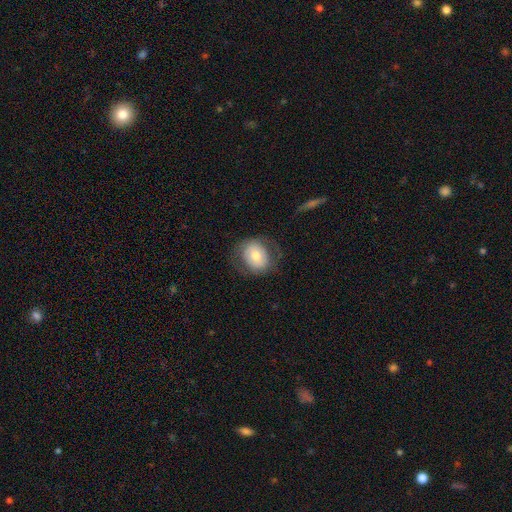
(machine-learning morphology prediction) The model was most divided on "how rounded": round: 65%, in between: 34%, cigar-shaped: 1%. More confident: merging — none (72%); smooth or featured — smooth (64%).